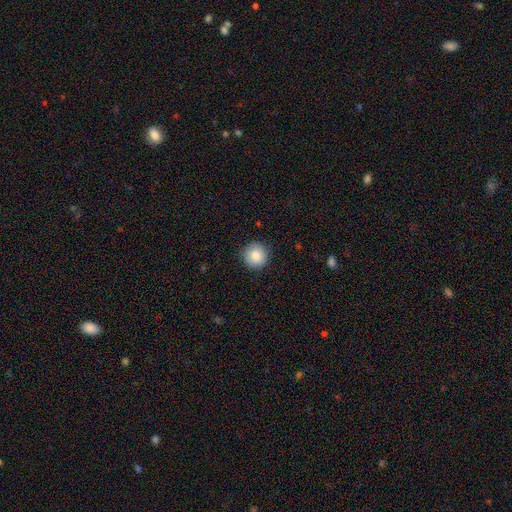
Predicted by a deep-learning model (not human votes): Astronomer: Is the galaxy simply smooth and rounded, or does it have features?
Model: smooth — 85%.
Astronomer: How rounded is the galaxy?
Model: round — 95%.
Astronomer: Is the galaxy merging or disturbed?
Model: none — 90%.